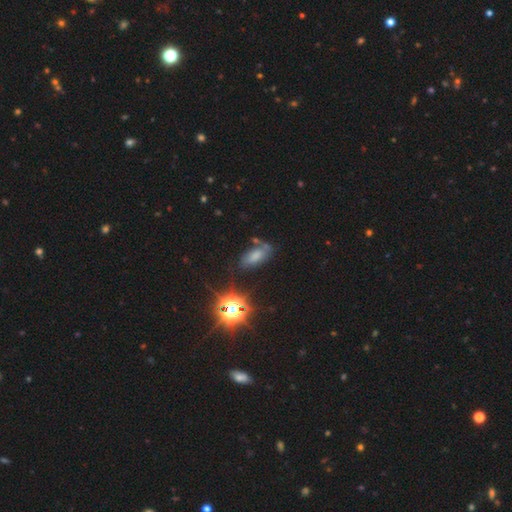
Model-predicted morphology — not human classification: Smooth or featured? smooth (57%)
How rounded? in between (83%)
Merging? none (57%)